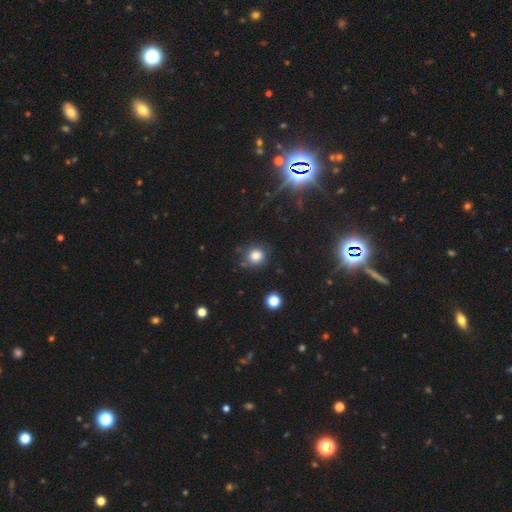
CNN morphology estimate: A smooth galaxy with no disk features (80%) that is round (87%).

Vote fractions:
- Smooth or featured? smooth: 80% / star or artifact: 14% / featured or disk: 7%
- How rounded? round: 87% / in between: 11% / cigar-shaped: 1%
- Merging? none: 77% / minor disturbance: 14% / major disturbance: 5% / merger: 4%